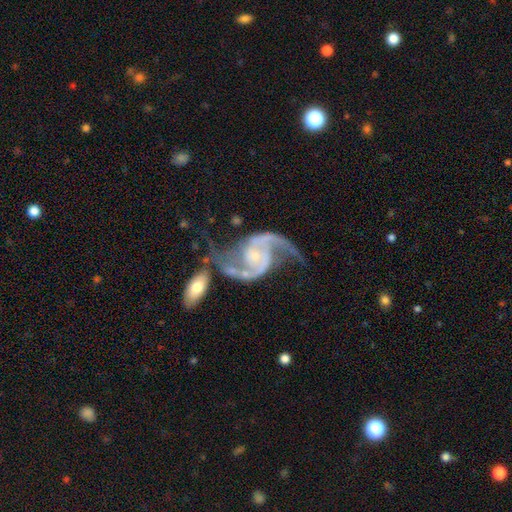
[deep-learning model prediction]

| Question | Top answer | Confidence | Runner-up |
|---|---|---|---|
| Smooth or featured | featured or disk | 93% | star or artifact (4%) |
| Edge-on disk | no | 98% | yes (2%) |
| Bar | no | 58% | weak (32%) |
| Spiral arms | yes | 98% | no (2%) |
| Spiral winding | medium | 47% | loose (44%) |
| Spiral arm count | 2 | 93% | can't tell (2%) |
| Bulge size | small | 67% | moderate (23%) |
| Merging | none | 43% | merger (23%) |